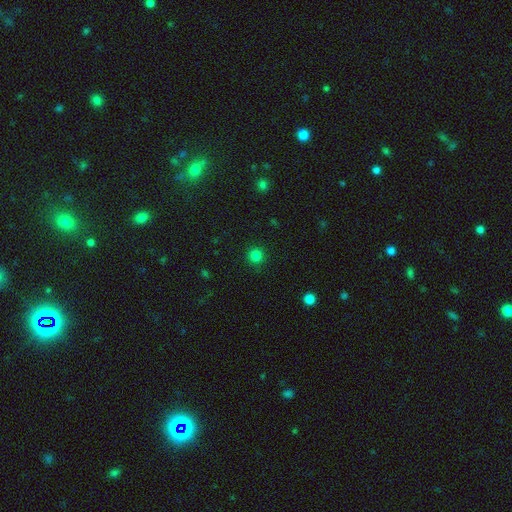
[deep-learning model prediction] A smooth galaxy with no disk features (83%) that is round (95%). Merging: none (91%).